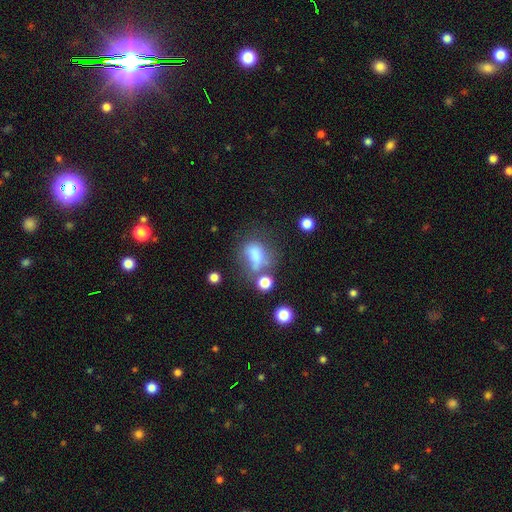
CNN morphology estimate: Smooth or featured? Predicted: smooth (p=0.66). How rounded? Predicted: in between (p=0.64). Merging? Predicted: none (p=0.30).